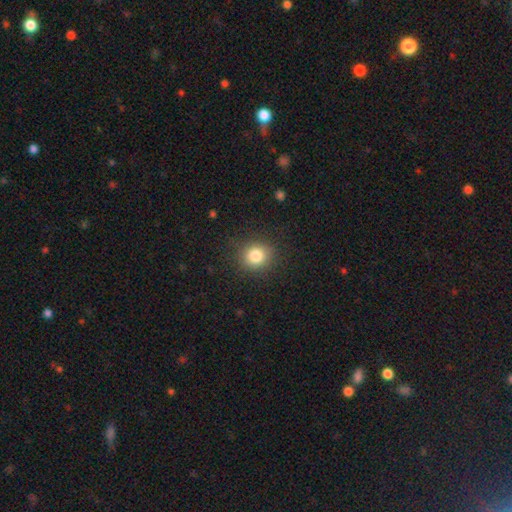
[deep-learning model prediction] The model was most divided on "smooth or featured": smooth: 82%, star or artifact: 12%, featured or disk: 6%. More confident: merging — none (88%); how rounded — round (86%).